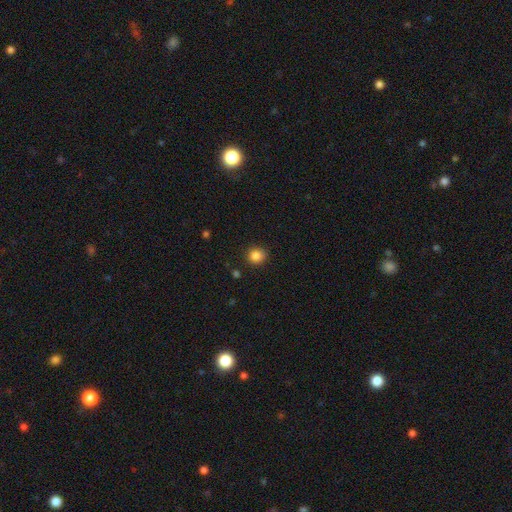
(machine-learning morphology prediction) smooth 85%, star or artifact 11%, featured or disk 4%. Down the decision tree: how rounded — round (86%); merging — none (89%).